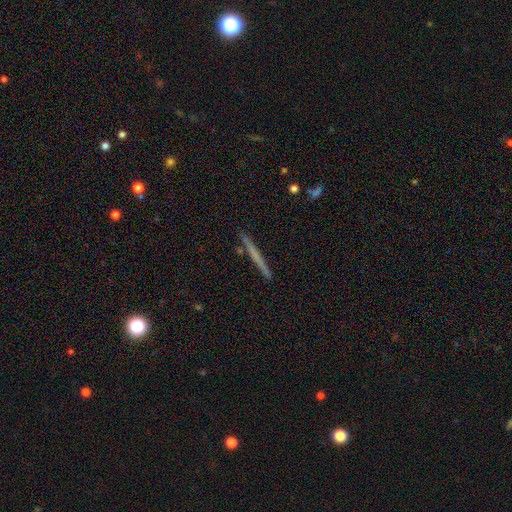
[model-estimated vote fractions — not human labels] A smooth galaxy with no disk features (49%). Merging: none (90%).